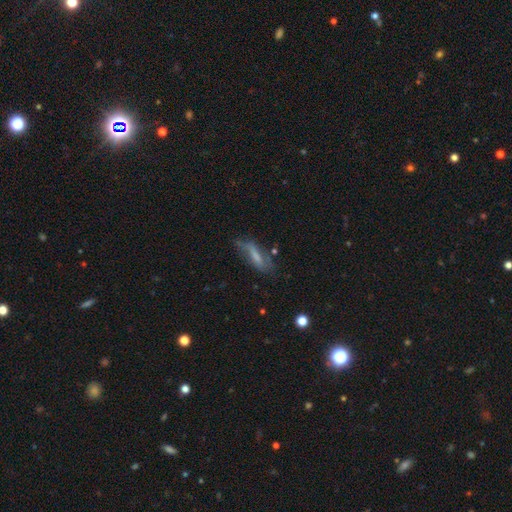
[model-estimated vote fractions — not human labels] This is possibly a smooth galaxy (47%). Merging: possibly none (51%).